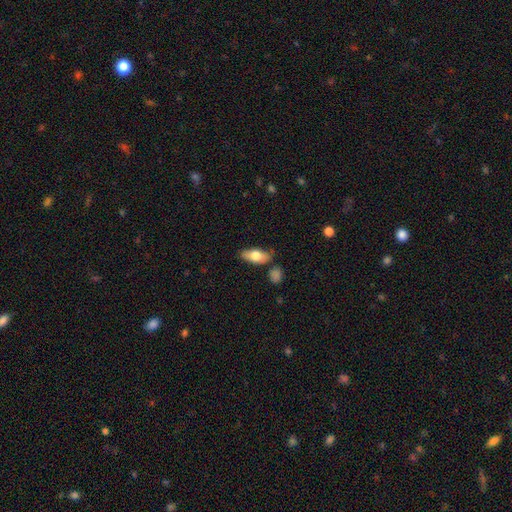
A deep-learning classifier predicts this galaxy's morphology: A smooth galaxy with no disk features (70%) that is in between round and cigar-shaped (85%). Merging: none (73%).